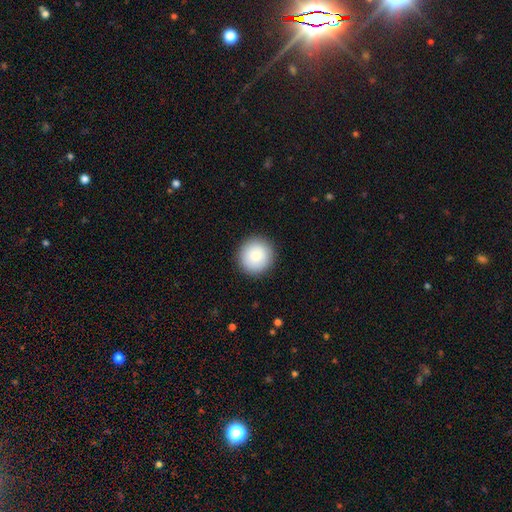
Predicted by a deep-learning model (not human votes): Morphology: type=smooth (83%); roundness=round (95%); merging=none (91%).